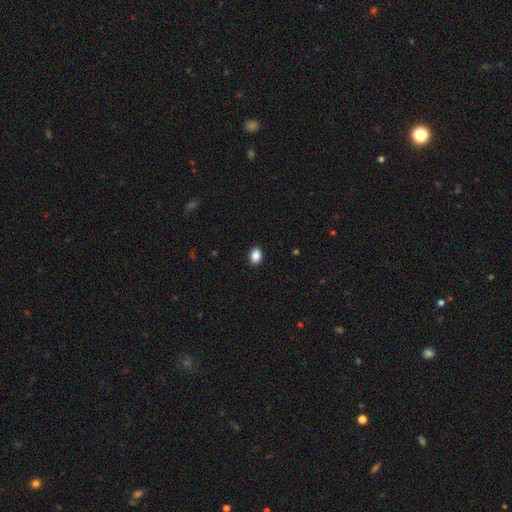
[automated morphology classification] smooth-or-featured: smooth: 88% | star or artifact: 9% | featured or disk: 3%
  how-rounded: in between: 71% | round: 28% | cigar-shaped: 1%
  merging: none: 91% | minor disturbance: 7% | major disturbance: 2% | merger: 1%